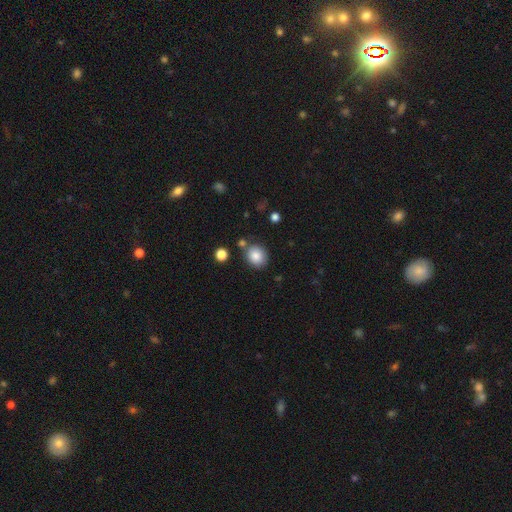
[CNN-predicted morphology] Smooth or featured? Predicted: smooth (p=0.85). How rounded? Predicted: round (p=0.75). Merging? Predicted: none (p=0.77).